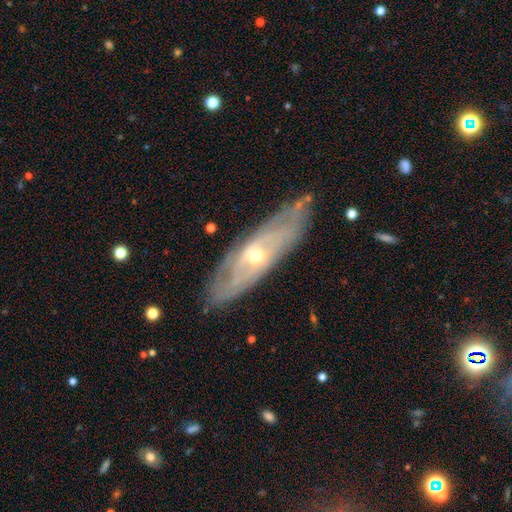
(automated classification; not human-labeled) This is likely a featured or disk galaxy (78%). It is likely not viewed edge-on (74%). Bar: likely no (64%). Spiral arm pattern: likely yes (76%). Central bulge: possibly small (48%, tied with moderate). Merging: likely none (80%).